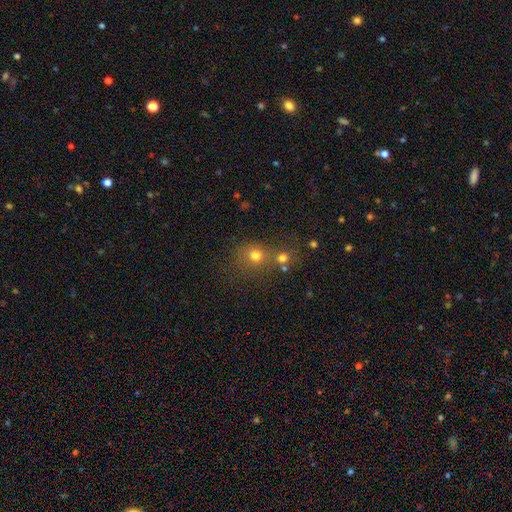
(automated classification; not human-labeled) Smooth or featured? smooth (68%)
How rounded? round (80%)
Merging? none (50%)